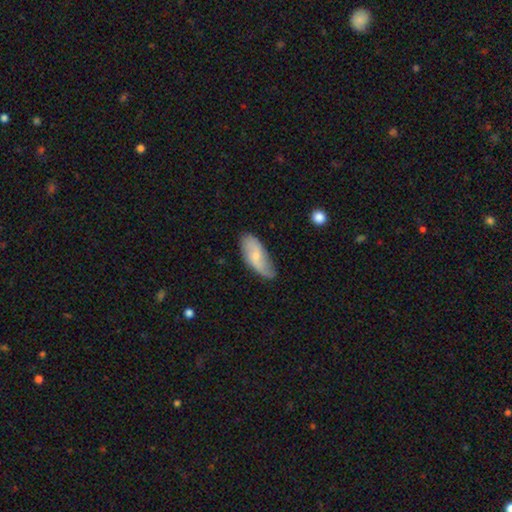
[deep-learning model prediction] Overall: smooth (54%; featured or disk 39%). How rounded: in between (83%). Merging: none (67%).